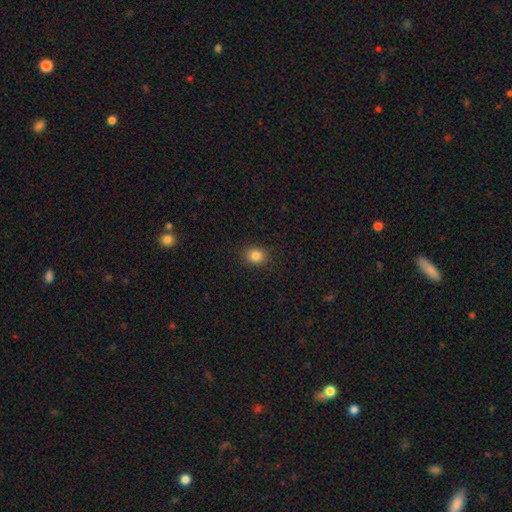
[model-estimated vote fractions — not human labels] smooth 84%, star or artifact 11%, featured or disk 5%. Down the decision tree: how rounded — round (69%); merging — none (89%).